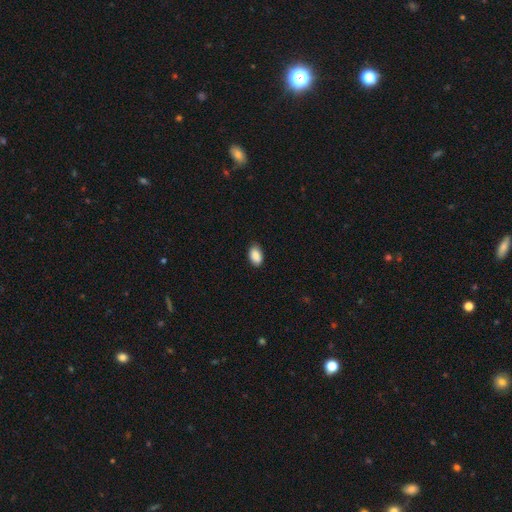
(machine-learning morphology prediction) This appears to be a smooth galaxy with no disk features (90%) that is in between round and cigar-shaped (92%). Merging: none (85%).